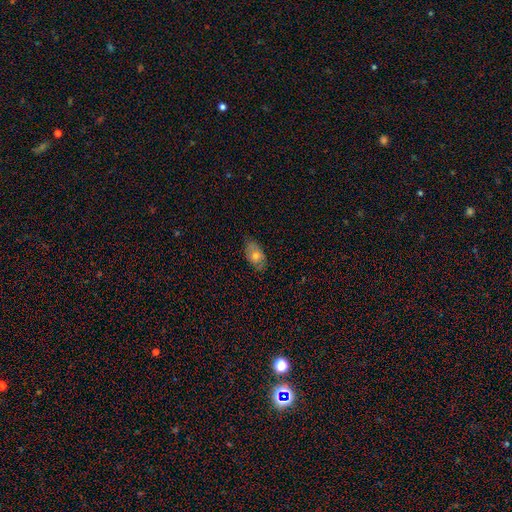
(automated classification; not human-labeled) The model was most divided on "smooth or featured": smooth: 64%, featured or disk: 28%, star or artifact: 9%. More confident: how rounded — in between (88%); merging — none (75%).